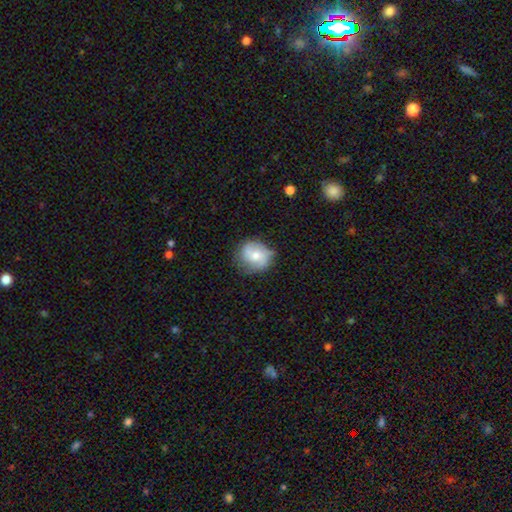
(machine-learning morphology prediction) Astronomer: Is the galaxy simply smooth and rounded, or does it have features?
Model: featured or disk — 48% (runner-up: smooth, 44%).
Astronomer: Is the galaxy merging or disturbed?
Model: none — 69%.